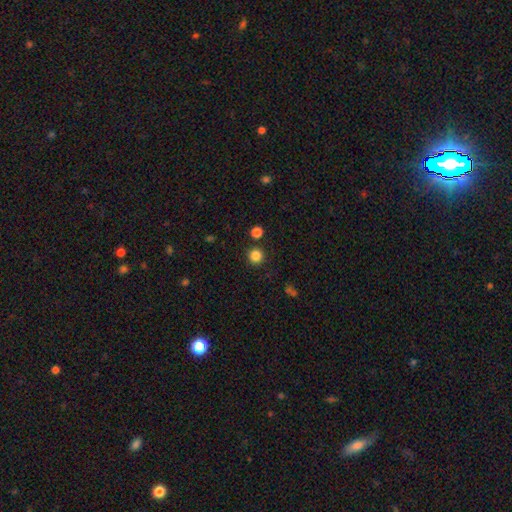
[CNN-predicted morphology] A smooth galaxy with no disk features (84%) that is round (95%).

Vote fractions:
- Smooth or featured? smooth: 84% / star or artifact: 12% / featured or disk: 4%
- How rounded? round: 95% / in between: 4% / cigar-shaped: 1%
- Merging? none: 89% / minor disturbance: 5% / merger: 4% / major disturbance: 2%